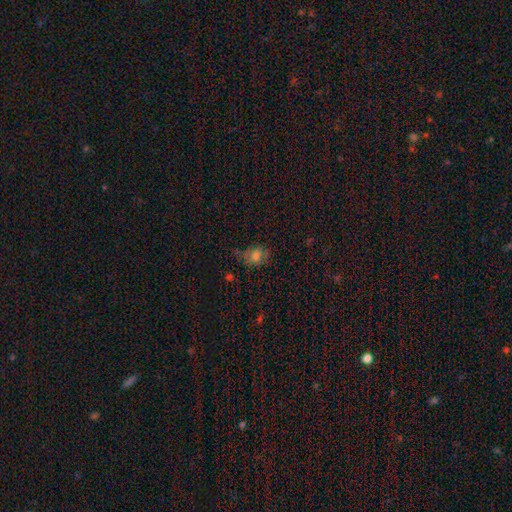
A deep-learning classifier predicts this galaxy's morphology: Smooth or featured?
  - smooth: 65% *
  - star or artifact: 18%
  - featured or disk: 17%
How rounded?
  - in between: 65% *
  - round: 33%
  - cigar-shaped: 2%
Merging?
  - none: 52% *
  - minor disturbance: 28%
  - major disturbance: 16%
  - merger: 4%